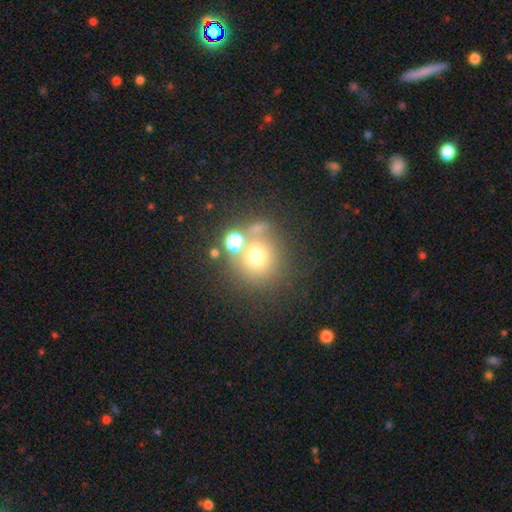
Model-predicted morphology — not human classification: smooth-or-featured: smooth: 65% | star or artifact: 20% | featured or disk: 16%
  how-rounded: round: 89% | in between: 10% | cigar-shaped: 1%
  merging: none: 58% | merger: 25% | minor disturbance: 11% | major disturbance: 6%